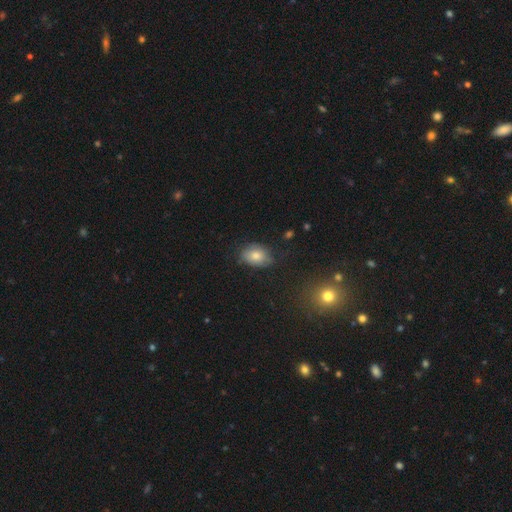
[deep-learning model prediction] Smooth or featured?
  - smooth: 74% *
  - featured or disk: 15%
  - star or artifact: 11%
How rounded?
  - in between: 79% *
  - round: 20%
  - cigar-shaped: 1%
Merging?
  - none: 72% *
  - minor disturbance: 22%
  - major disturbance: 5%
  - merger: 2%